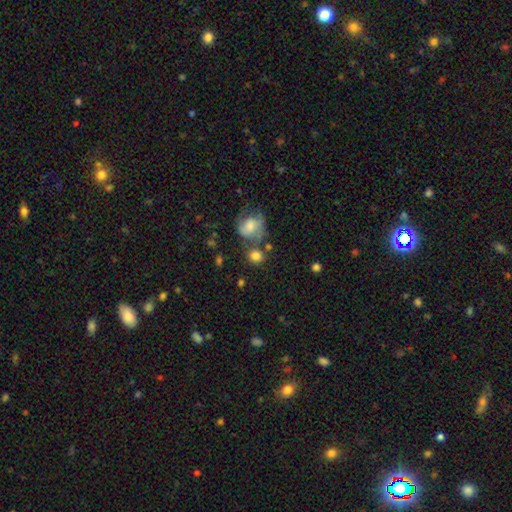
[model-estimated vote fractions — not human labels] Q: Smooth or featured?
A: smooth (79%); runner-up: featured or disk (11%)
Q: How rounded?
A: round (78%); runner-up: in between (21%)
Q: Merging?
A: none (59%); runner-up: merger (20%)